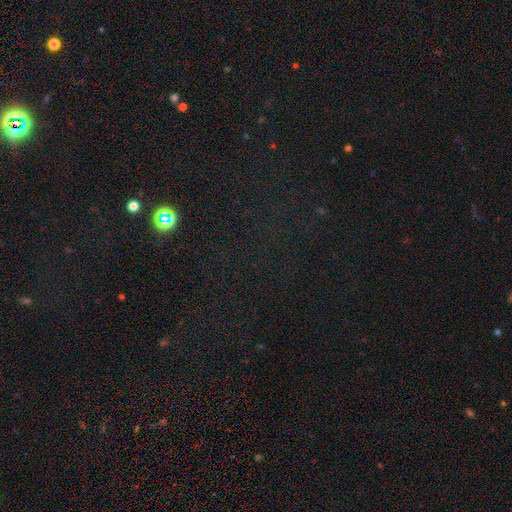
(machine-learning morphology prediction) The model was most divided on "smooth or featured": star or artifact: 75%, smooth: 16%, featured or disk: 9%.